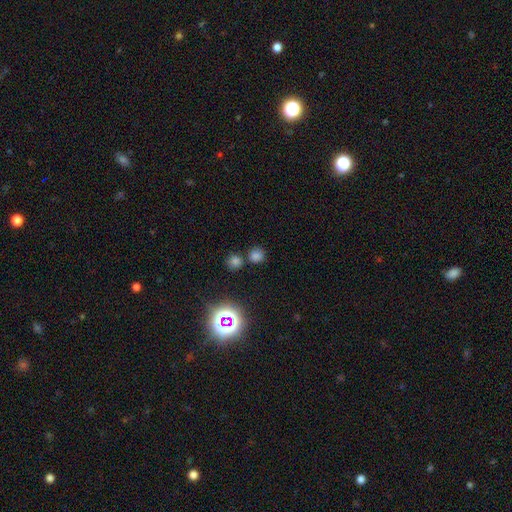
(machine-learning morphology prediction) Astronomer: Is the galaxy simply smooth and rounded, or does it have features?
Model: smooth — 69%.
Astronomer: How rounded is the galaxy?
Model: round — 86%.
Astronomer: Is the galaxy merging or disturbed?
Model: none — 69%.